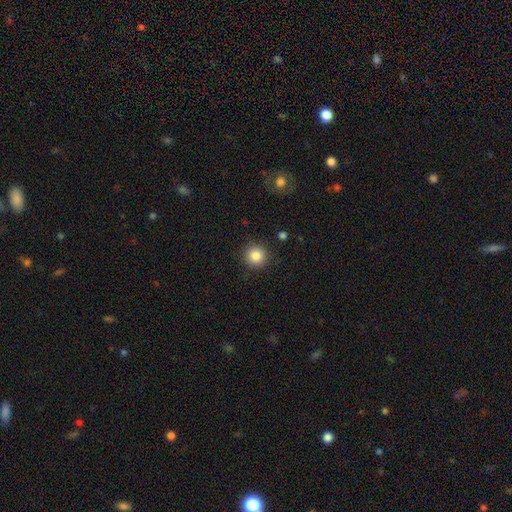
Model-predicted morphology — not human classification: A smooth galaxy with no disk features (85%) that is round (94%).

Vote fractions:
- Smooth or featured? smooth: 85% / star or artifact: 10% / featured or disk: 5%
- How rounded? round: 94% / in between: 5% / cigar-shaped: 1%
- Merging? none: 91% / minor disturbance: 6% / major disturbance: 2% / merger: 1%